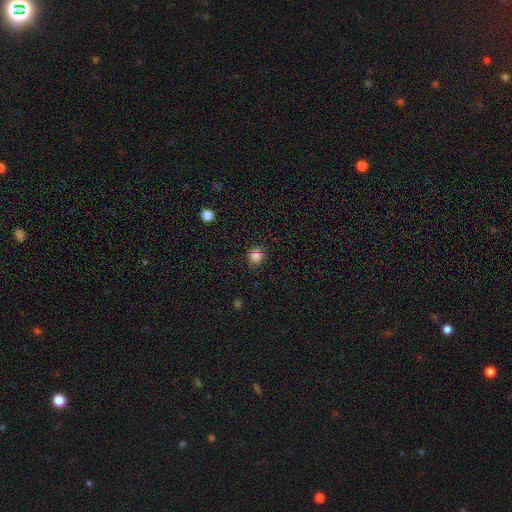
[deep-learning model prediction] Q: Smooth or featured?
A: smooth (81%); runner-up: star or artifact (15%)
Q: How rounded?
A: round (86%); runner-up: in between (13%)
Q: Merging?
A: none (86%); runner-up: minor disturbance (9%)